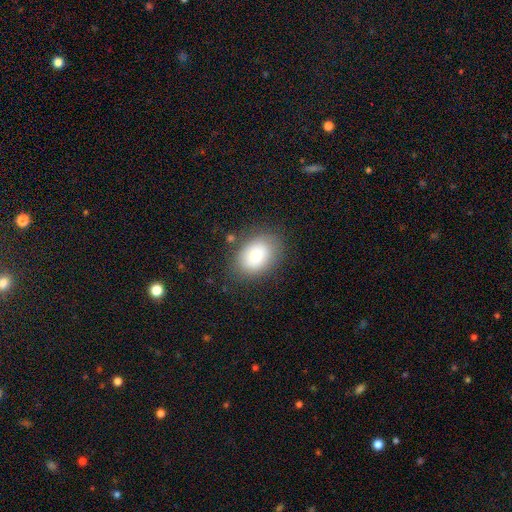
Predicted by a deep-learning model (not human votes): smooth_or_featured: smooth (p=0.74) [alt: featured or disk p=0.17]
how_rounded: in between (p=0.66) [alt: round p=0.33]
merging: none (p=0.81) [alt: minor disturbance p=0.13]